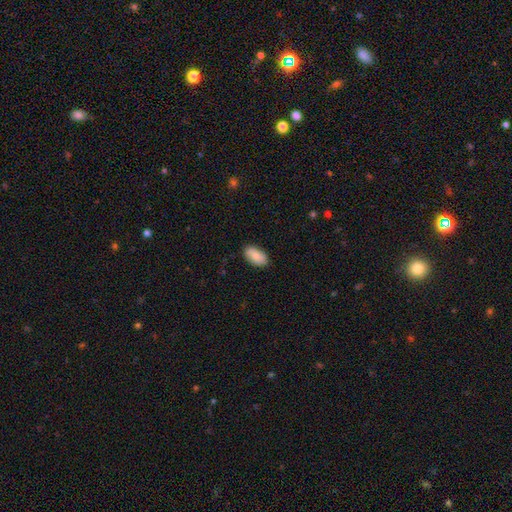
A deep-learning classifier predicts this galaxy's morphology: smooth-or-featured: smooth: 85% | featured or disk: 9% | star or artifact: 6%
  how-rounded: in between: 94% | round: 3% | cigar-shaped: 3%
  merging: none: 86% | minor disturbance: 11% | major disturbance: 2% | merger: 1%